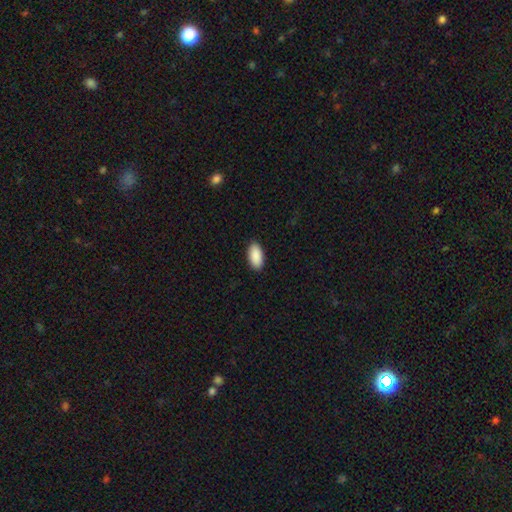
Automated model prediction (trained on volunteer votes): Smooth or featured?
  - smooth: 91% *
  - star or artifact: 6%
  - featured or disk: 3%
How rounded?
  - in between: 95% *
  - cigar-shaped: 3%
  - round: 2%
Merging?
  - none: 91% *
  - minor disturbance: 7%
  - major disturbance: 2%
  - merger: 1%